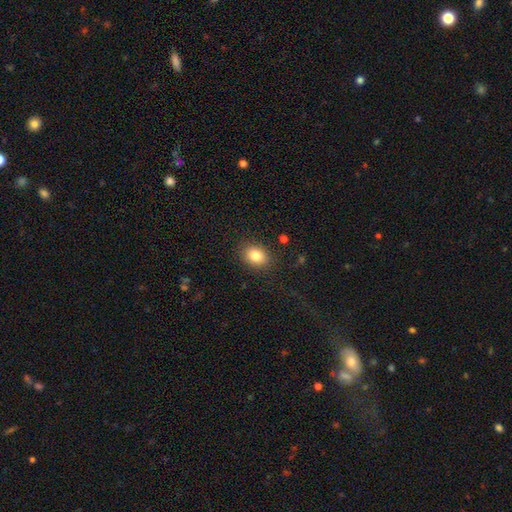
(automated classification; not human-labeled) This is clearly a smooth galaxy (84%). How rounded: likely in between (68%). Merging: clearly none (86%).